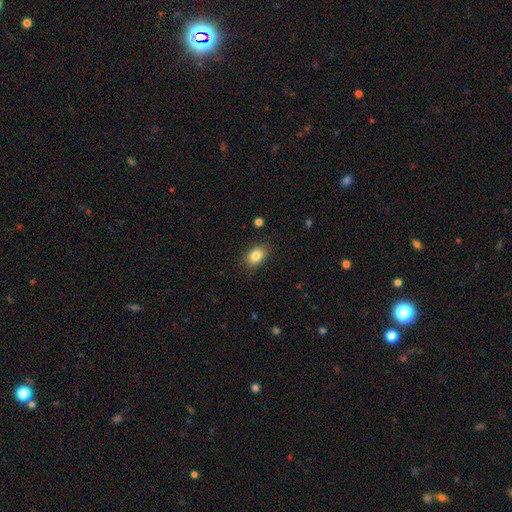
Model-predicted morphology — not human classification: Smooth or featured?
  - smooth: 85% *
  - star or artifact: 9%
  - featured or disk: 7%
How rounded?
  - in between: 79% *
  - round: 20%
  - cigar-shaped: 1%
Merging?
  - none: 85% *
  - minor disturbance: 11%
  - major disturbance: 3%
  - merger: 1%